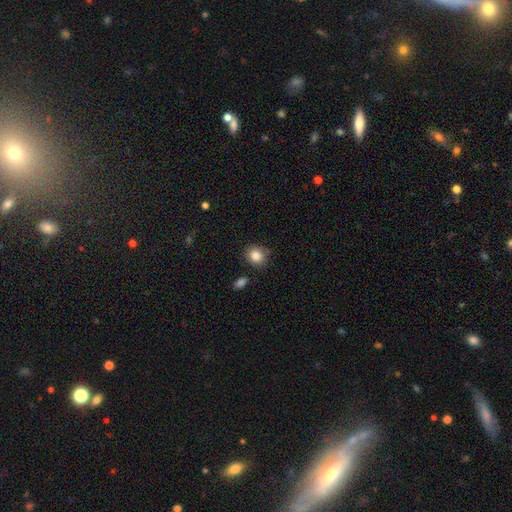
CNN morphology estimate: This is clearly a smooth galaxy (85%). How rounded: likely round (77%). Merging: clearly none (81%).